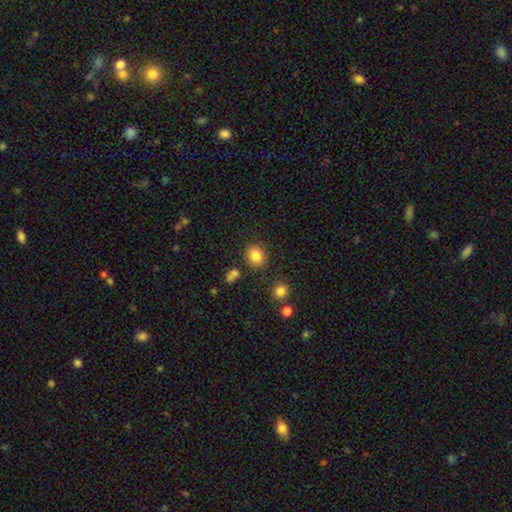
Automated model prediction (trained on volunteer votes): smooth-or-featured: smooth: 84% | star or artifact: 11% | featured or disk: 6%
  how-rounded: round: 73% | in between: 26% | cigar-shaped: 1%
  merging: none: 82% | minor disturbance: 10% | merger: 5% | major disturbance: 3%